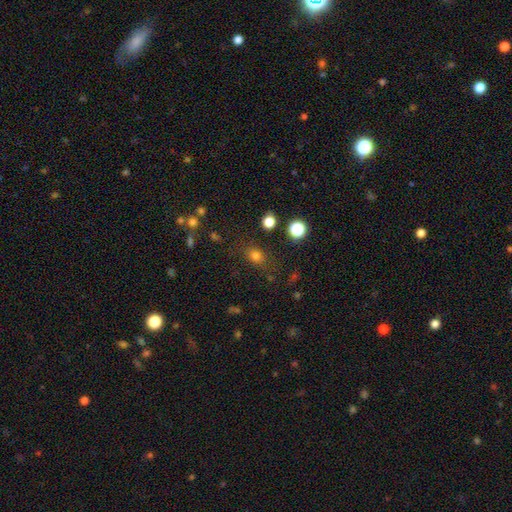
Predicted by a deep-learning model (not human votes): Smooth or featured? Predicted: smooth (p=0.74). How rounded? Predicted: round (p=0.51). Merging? Predicted: none (p=0.77).